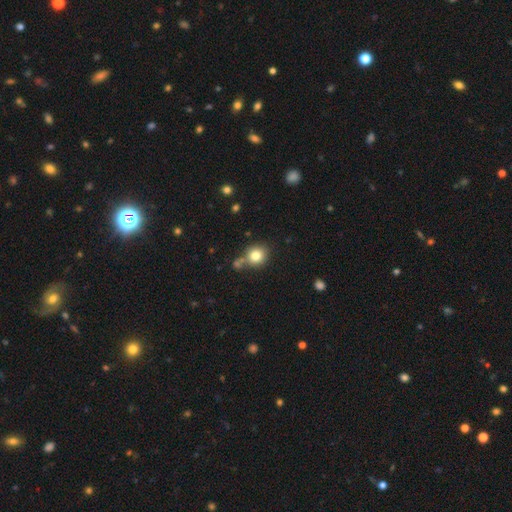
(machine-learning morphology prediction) This appears to be a smooth galaxy with no disk features (80%) that is round (87%). Merging: none (69%).